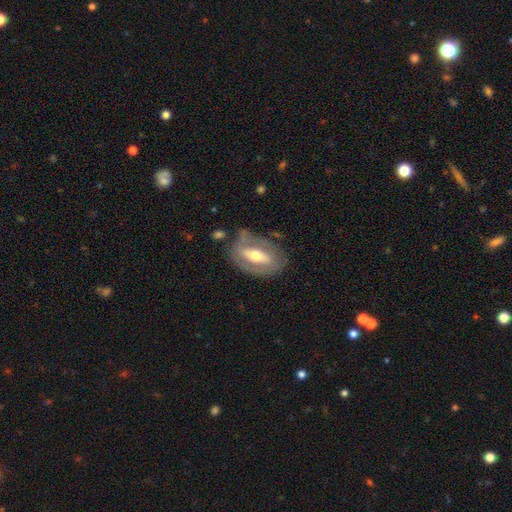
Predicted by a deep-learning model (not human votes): A featured or disk galaxy (68%) with a strong bar (56%), no spiral arms (57%) and a moderate central bulge (68%). Merging: none (69%).